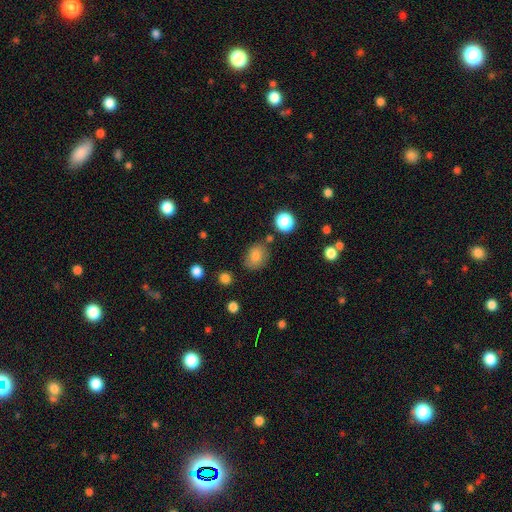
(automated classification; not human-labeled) A smooth galaxy with no disk features (81%) that is in between round and cigar-shaped (61%). Merging: none (75%).